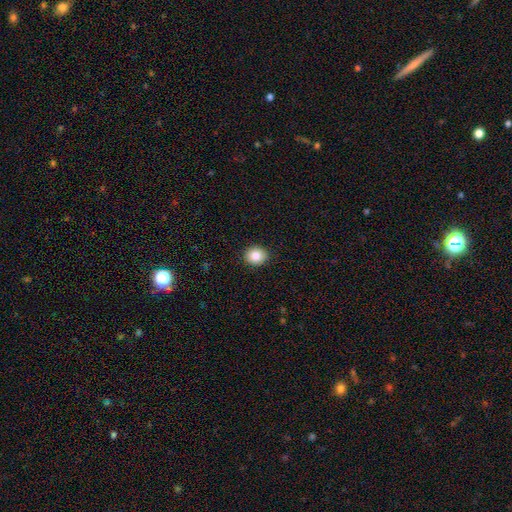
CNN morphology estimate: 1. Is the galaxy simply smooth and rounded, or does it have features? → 85% smooth, 9% star or artifact, 6% featured or disk.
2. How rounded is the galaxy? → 77% round, 22% in between, 1% cigar-shaped.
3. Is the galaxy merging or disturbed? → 91% none, 6% minor disturbance, 2% major disturbance, 1% merger.